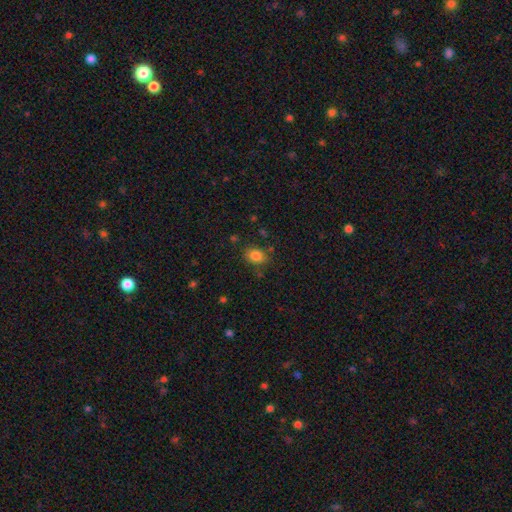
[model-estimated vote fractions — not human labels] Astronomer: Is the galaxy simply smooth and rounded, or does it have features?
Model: smooth — 83%.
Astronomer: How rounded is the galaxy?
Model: in between — 54% (runner-up: round, 45%).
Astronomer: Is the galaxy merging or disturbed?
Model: none — 78%.